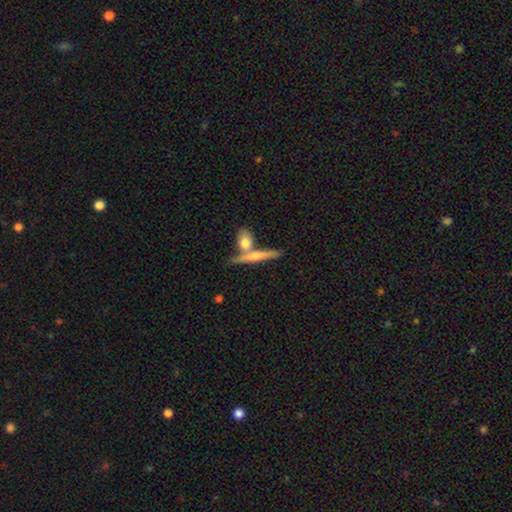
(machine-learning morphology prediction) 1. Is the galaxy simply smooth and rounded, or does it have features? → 48% smooth, 46% featured or disk, 6% star or artifact.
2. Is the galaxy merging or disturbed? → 58% none, 29% merger, 10% minor disturbance, 3% major disturbance.